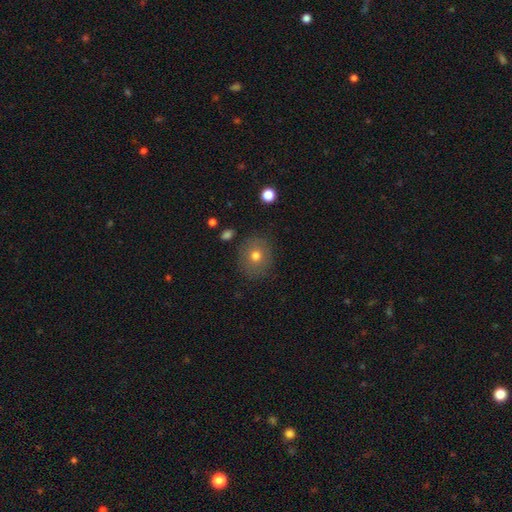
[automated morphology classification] A smooth galaxy with no disk features (73%) that is round (77%). Merging: none (84%).